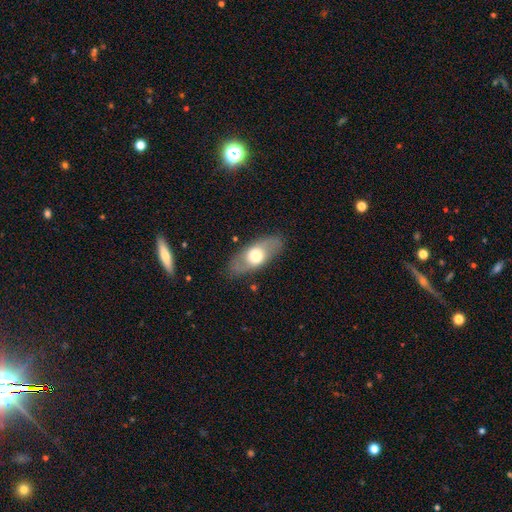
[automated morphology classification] Smooth or featured? Predicted: smooth (p=0.49). Merging? Predicted: none (p=0.83).